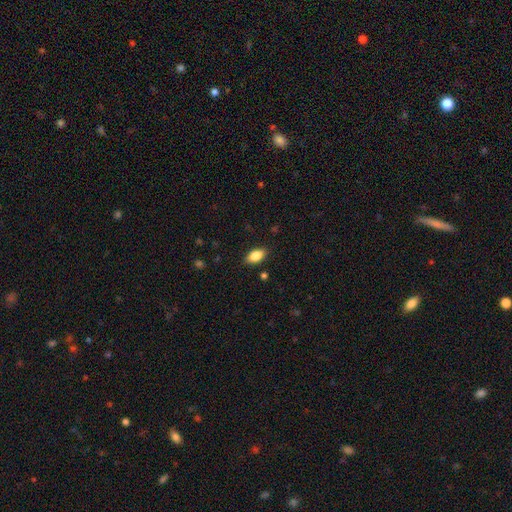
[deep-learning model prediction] The model was most divided on "smooth or featured": smooth: 83%, featured or disk: 9%, star or artifact: 8%. More confident: how rounded — in between (90%); merging — none (87%).